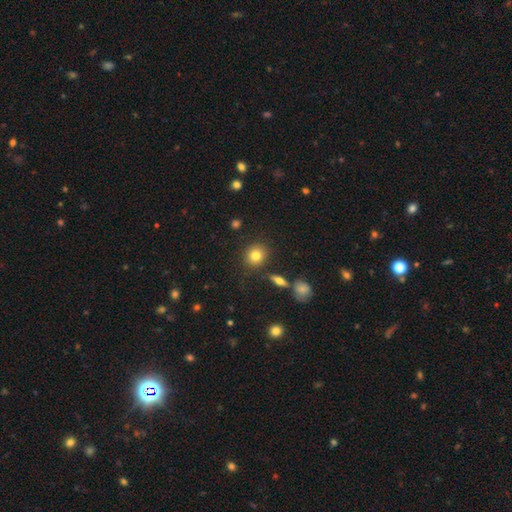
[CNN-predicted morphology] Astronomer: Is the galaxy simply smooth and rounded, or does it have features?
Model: smooth — 81%.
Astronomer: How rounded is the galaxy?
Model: round — 82%.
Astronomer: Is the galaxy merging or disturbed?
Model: none — 85%.